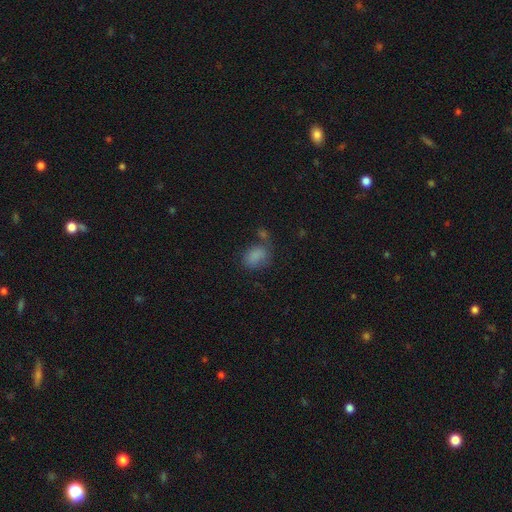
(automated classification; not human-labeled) smooth-or-featured: smooth: 81% | star or artifact: 12% | featured or disk: 7%
  how-rounded: in between: 74% | round: 24% | cigar-shaped: 1%
  merging: none: 48% | minor disturbance: 21% | merger: 19% | major disturbance: 11%